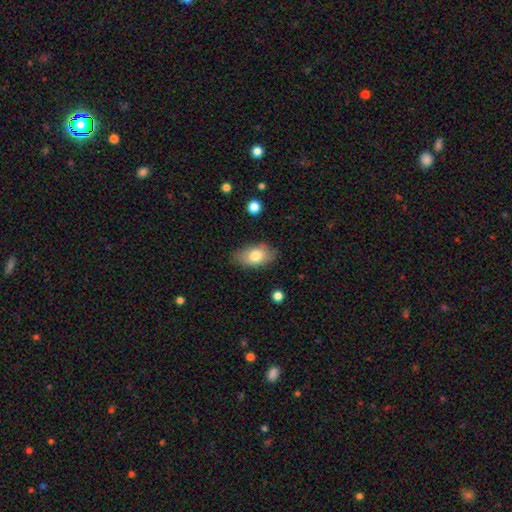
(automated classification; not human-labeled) Smooth or featured: smooth — 77% (featured or disk — 15%)
How rounded: in between — 90% (round — 8%)
Merging: none — 80% (minor disturbance — 15%)